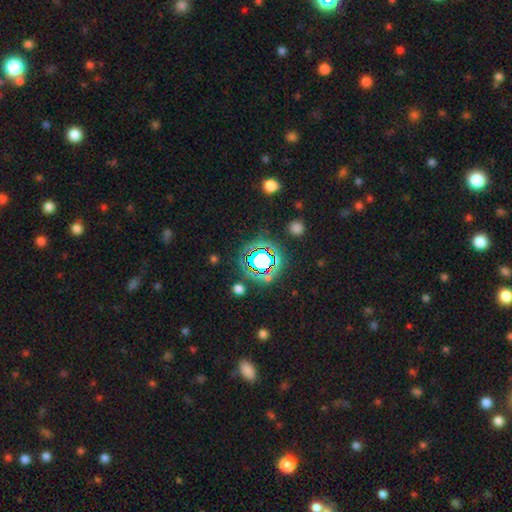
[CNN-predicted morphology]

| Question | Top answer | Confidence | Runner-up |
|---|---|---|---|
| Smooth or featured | star or artifact | 73% | smooth (17%) |